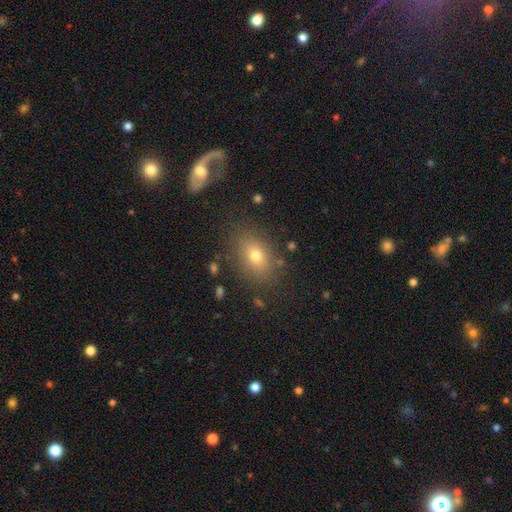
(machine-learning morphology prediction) Overall: smooth (73%). How rounded: in between (75%). Merging: none (81%).